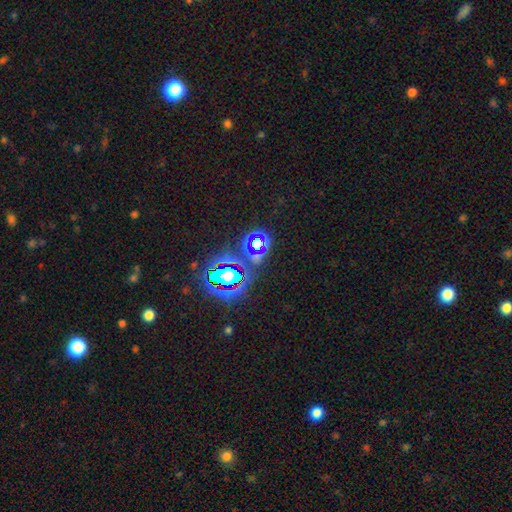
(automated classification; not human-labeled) A star or artifact, not a galaxy (70%).